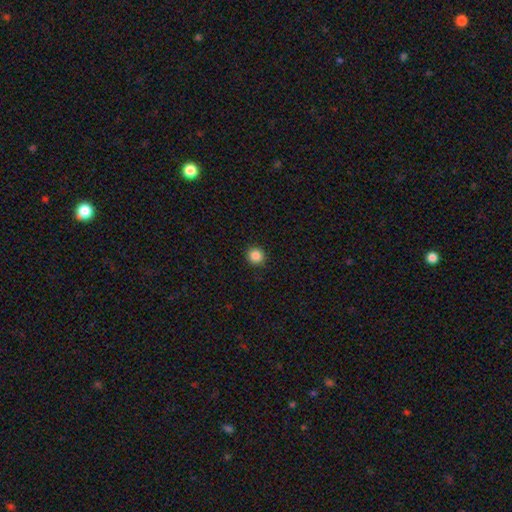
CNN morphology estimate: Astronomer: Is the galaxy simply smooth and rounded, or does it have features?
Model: smooth — 86%.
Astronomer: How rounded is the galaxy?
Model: round — 92%.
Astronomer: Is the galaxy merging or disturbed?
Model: none — 92%.